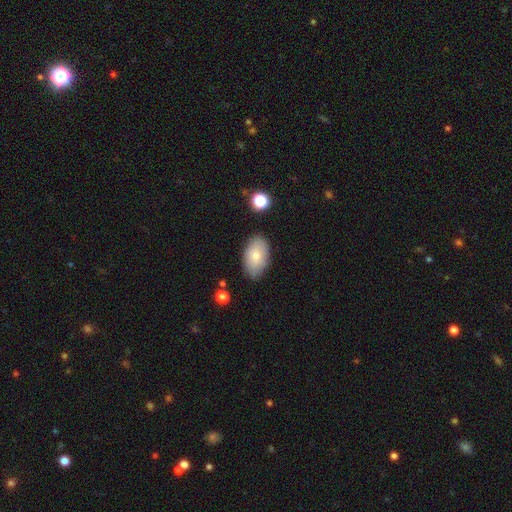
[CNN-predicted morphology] Smooth or featured?
  - smooth: 77% *
  - featured or disk: 15%
  - star or artifact: 7%
How rounded?
  - in between: 92% *
  - round: 6%
  - cigar-shaped: 1%
Merging?
  - none: 82% *
  - minor disturbance: 13%
  - major disturbance: 3%
  - merger: 2%